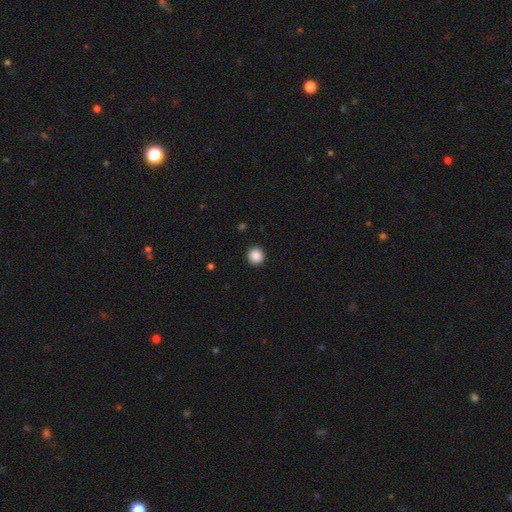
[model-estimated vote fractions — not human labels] This is clearly a smooth galaxy (88%). How rounded: clearly round (93%). Merging: clearly none (93%).